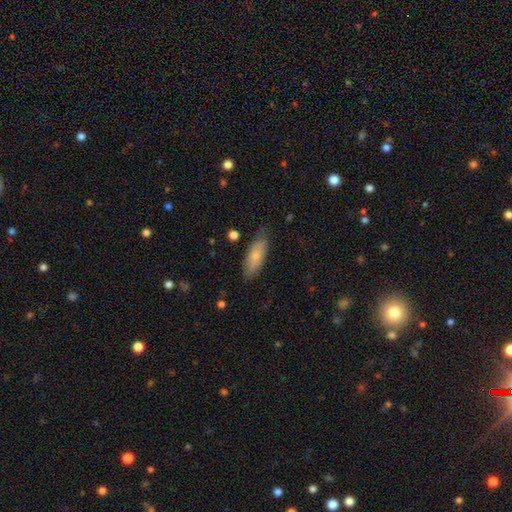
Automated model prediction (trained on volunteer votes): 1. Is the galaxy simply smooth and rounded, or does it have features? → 76% smooth, 18% featured or disk, 6% star or artifact.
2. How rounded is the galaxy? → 71% in between, 27% cigar-shaped, 2% round.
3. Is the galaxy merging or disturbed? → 78% none, 18% minor disturbance, 3% major disturbance, 1% merger.